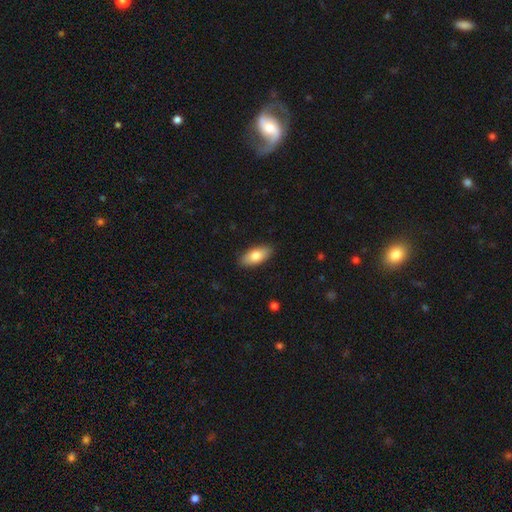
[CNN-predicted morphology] Smooth or featured? smooth (78%)
How rounded? in between (87%)
Merging? none (89%)